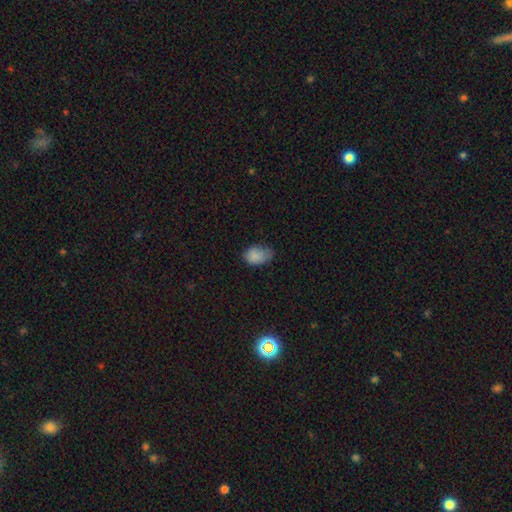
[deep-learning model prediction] A smooth galaxy with no disk features (85%) that is in between round and cigar-shaped (84%).

Vote fractions:
- Smooth or featured? smooth: 85% / star or artifact: 9% / featured or disk: 6%
- How rounded? in between: 84% / round: 15% / cigar-shaped: 1%
- Merging? none: 45% / minor disturbance: 42% / major disturbance: 11% / merger: 2%